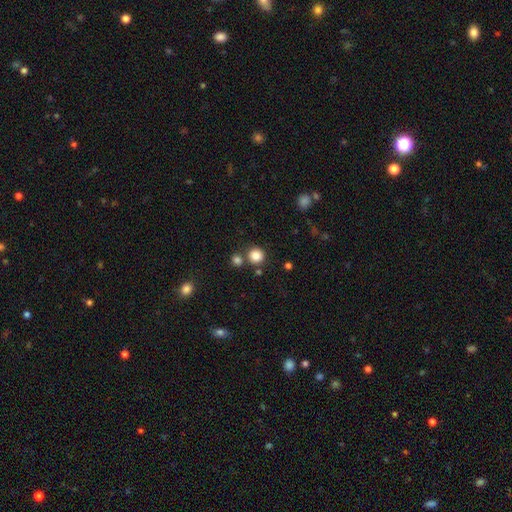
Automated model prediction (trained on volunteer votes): Smooth or featured?
  - smooth: 84% *
  - star or artifact: 11%
  - featured or disk: 5%
How rounded?
  - round: 92% *
  - in between: 7%
  - cigar-shaped: 1%
Merging?
  - none: 77% *
  - merger: 12%
  - minor disturbance: 7%
  - major disturbance: 3%